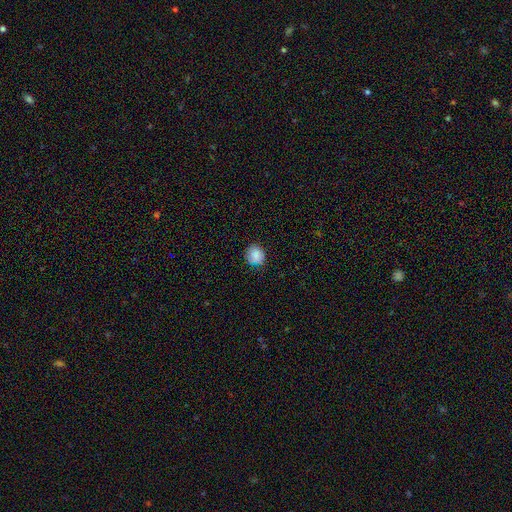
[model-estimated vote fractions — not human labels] smooth-or-featured: smooth: 83% | star or artifact: 10% | featured or disk: 7%
  how-rounded: round: 79% | in between: 20% | cigar-shaped: 1%
  merging: none: 80% | minor disturbance: 16% | major disturbance: 3% | merger: 1%